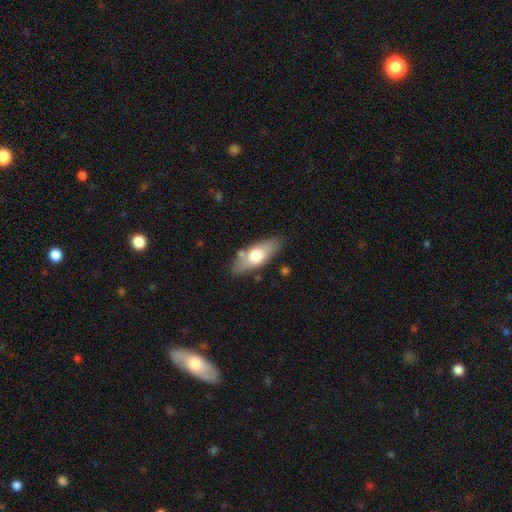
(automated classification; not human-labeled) smooth 63%, featured or disk 31%, star or artifact 6%. Down the decision tree: how rounded — in between (73%); merging — none (78%).